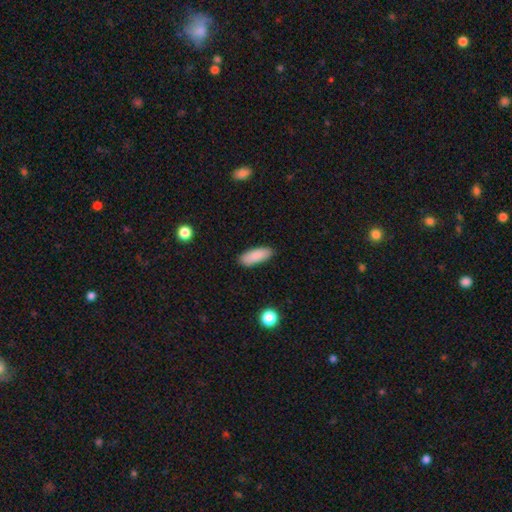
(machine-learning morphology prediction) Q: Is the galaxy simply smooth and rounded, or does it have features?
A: smooth — 88%.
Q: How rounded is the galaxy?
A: in between — 75%.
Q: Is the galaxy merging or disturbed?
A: none — 86%.